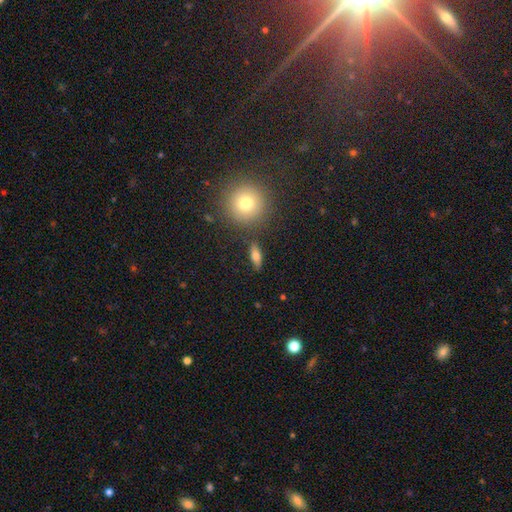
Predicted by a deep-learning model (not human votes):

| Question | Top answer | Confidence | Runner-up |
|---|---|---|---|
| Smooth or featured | smooth | 63% | featured or disk (28%) |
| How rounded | in between | 56% | cigar-shaped (34%) |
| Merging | none | 82% | minor disturbance (10%) |